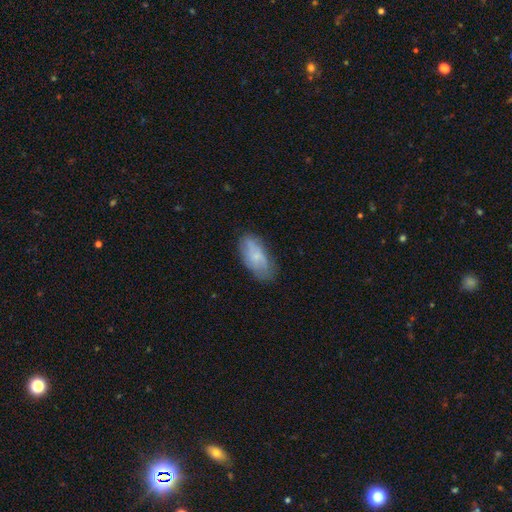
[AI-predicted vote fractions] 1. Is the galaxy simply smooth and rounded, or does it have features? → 64% smooth, 29% featured or disk, 7% star or artifact.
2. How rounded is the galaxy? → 89% in between, 8% cigar-shaped, 3% round.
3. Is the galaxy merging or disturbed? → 67% none, 25% minor disturbance, 7% major disturbance, 2% merger.